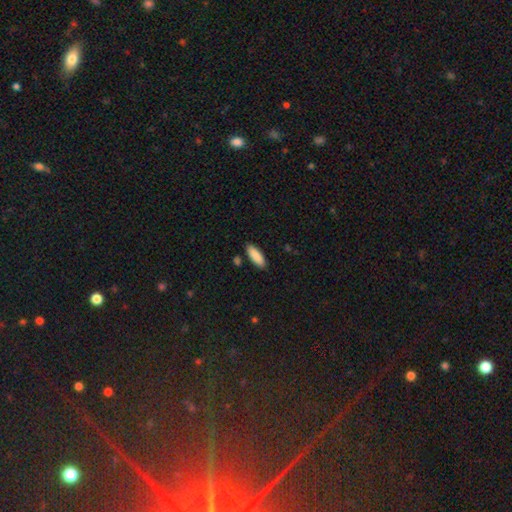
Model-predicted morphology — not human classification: Q: Smooth or featured?
A: smooth (89%); runner-up: star or artifact (6%)
Q: How rounded?
A: in between (60%); runner-up: cigar-shaped (39%)
Q: Merging?
A: none (86%); runner-up: minor disturbance (9%)